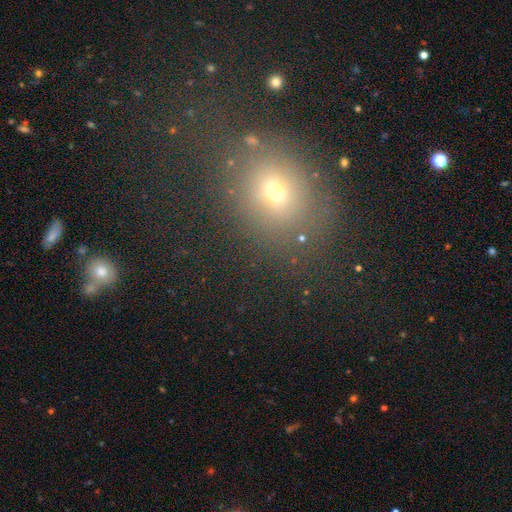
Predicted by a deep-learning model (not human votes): The model was most divided on "how rounded": round: 62%, in between: 36%, cigar-shaped: 2%. More confident: merging — none (71%); smooth or featured — smooth (60%).